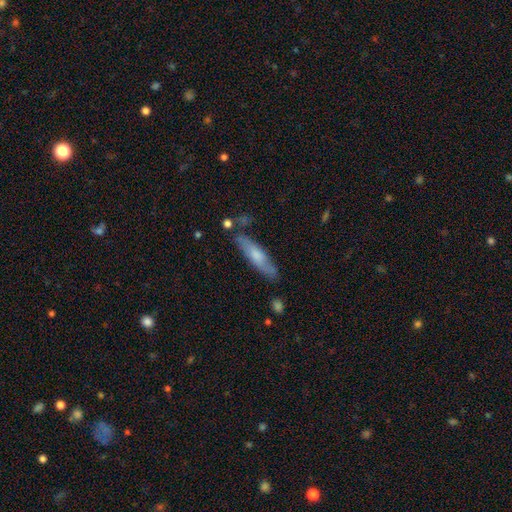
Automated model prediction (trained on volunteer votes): Overall: featured or disk (50%; smooth 39%). Edge-on disk: yes (71%). Merging: none (76%).